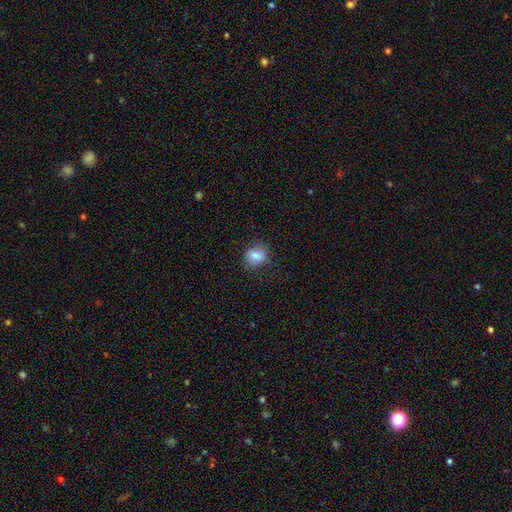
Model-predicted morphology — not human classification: smooth_or_featured: smooth (p=0.77) [alt: featured or disk p=0.13]
how_rounded: round (p=0.66) [alt: in between p=0.32]
merging: none (p=0.78) [alt: minor disturbance p=0.16]